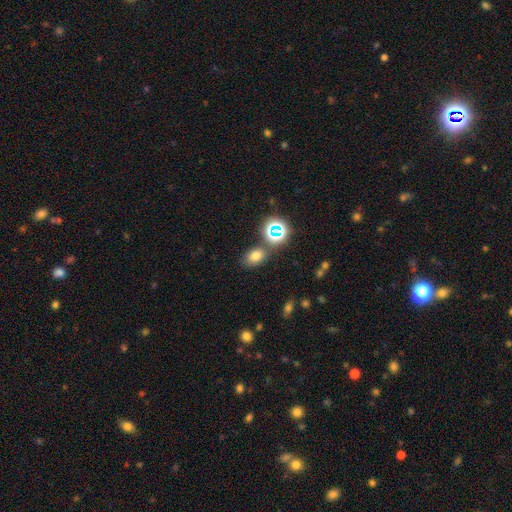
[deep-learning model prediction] Smooth or featured: smooth — 70% (star or artifact — 21%)
How rounded: in between — 74% (round — 24%)
Merging: none — 73% (minor disturbance — 12%)